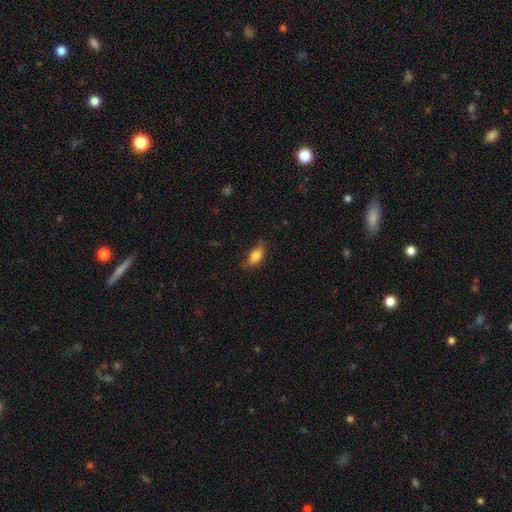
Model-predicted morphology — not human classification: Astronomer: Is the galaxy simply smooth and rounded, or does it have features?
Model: smooth — 82%.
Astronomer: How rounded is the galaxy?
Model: in between — 86%.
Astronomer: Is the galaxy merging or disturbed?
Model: none — 71%.